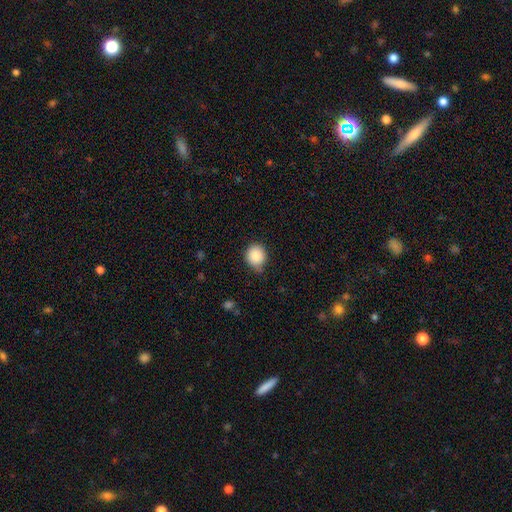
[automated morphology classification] A smooth galaxy with no disk features (86%) that is round (84%). Merging: none (73%).